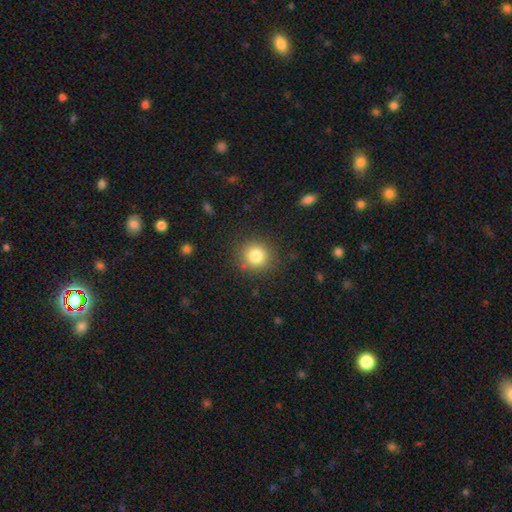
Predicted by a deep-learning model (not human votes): smooth-or-featured: smooth: 82% | star or artifact: 11% | featured or disk: 7%
  how-rounded: round: 90% | in between: 9% | cigar-shaped: 1%
  merging: none: 87% | minor disturbance: 8% | major disturbance: 3% | merger: 2%